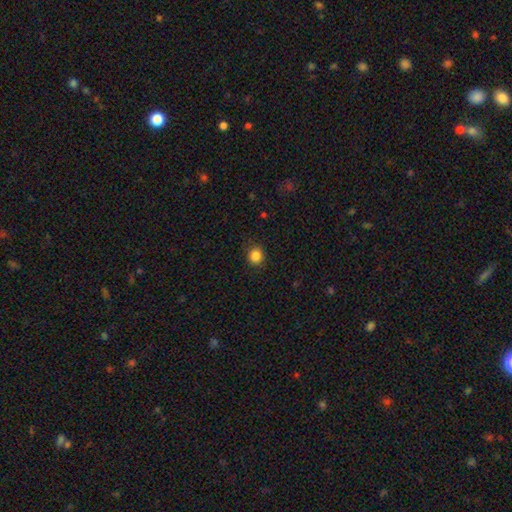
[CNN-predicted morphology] This appears to be a smooth galaxy with no disk features (85%) that is round (87%). Merging: none (90%).